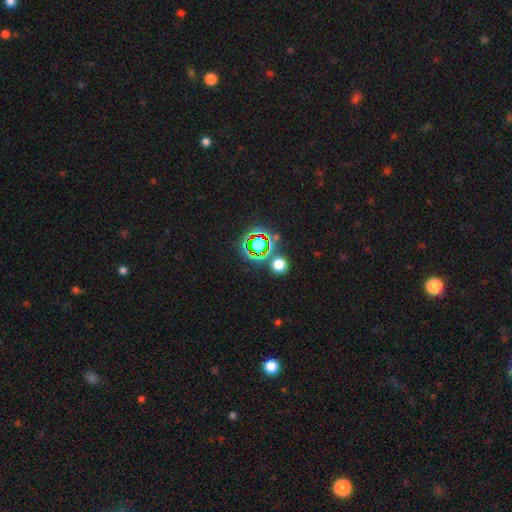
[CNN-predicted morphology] Smooth or featured: star or artifact — 73% (smooth — 18%)